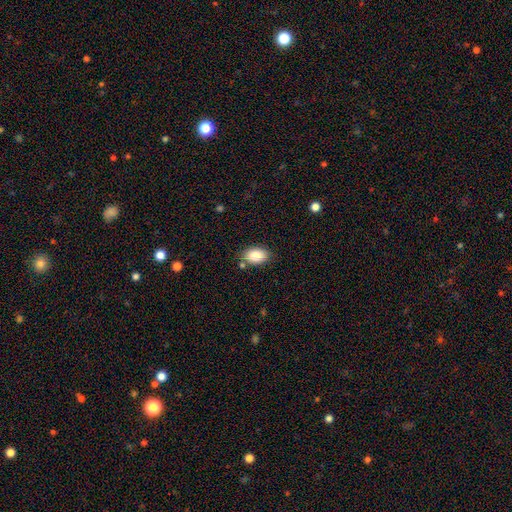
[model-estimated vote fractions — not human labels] Overall: smooth (86%). How rounded: in between (90%). Merging: none (79%).